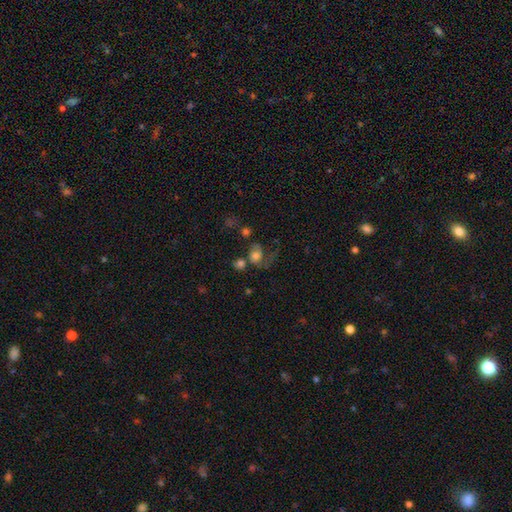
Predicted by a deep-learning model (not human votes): Morphology: type=smooth (60%); roundness=round (53%); merging=major disturbance (39%).